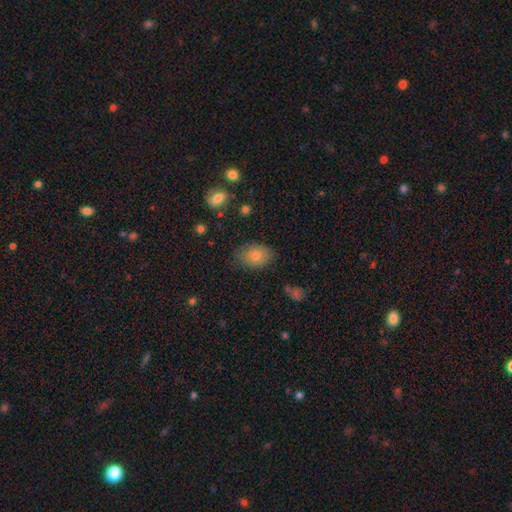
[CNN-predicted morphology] smooth 76%, featured or disk 12%, star or artifact 12%. Down the decision tree: how rounded — in between (73%); merging — none (79%).